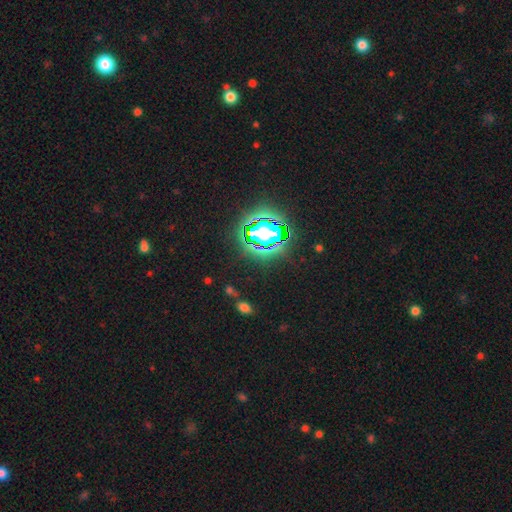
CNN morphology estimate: Smooth or featured? Predicted: star or artifact (p=0.85).